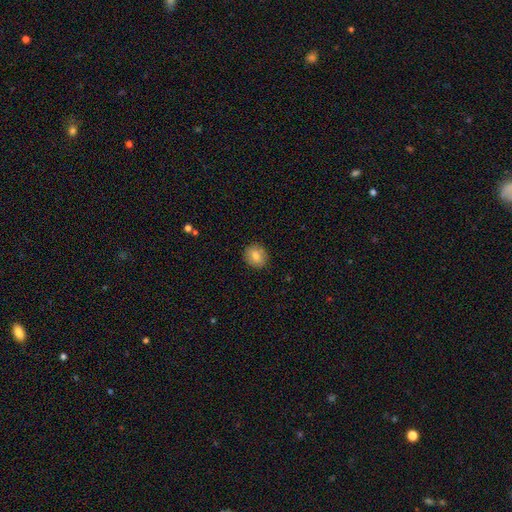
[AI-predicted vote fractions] This appears to be a smooth galaxy with no disk features (79%) that is round (74%). Merging: none (88%).